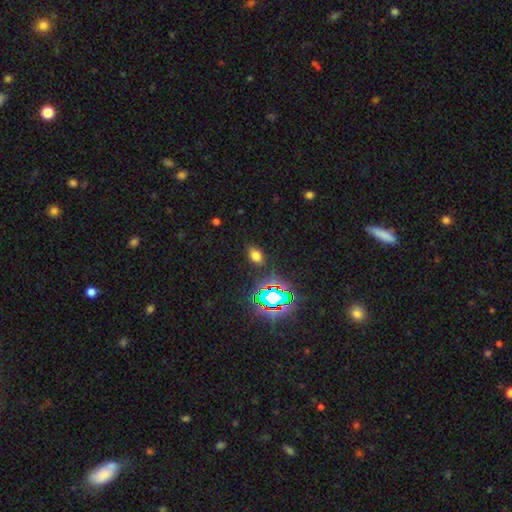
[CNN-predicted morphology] A smooth galaxy with no disk features (66%) that is in between round and cigar-shaped (80%). Merging: none (85%).